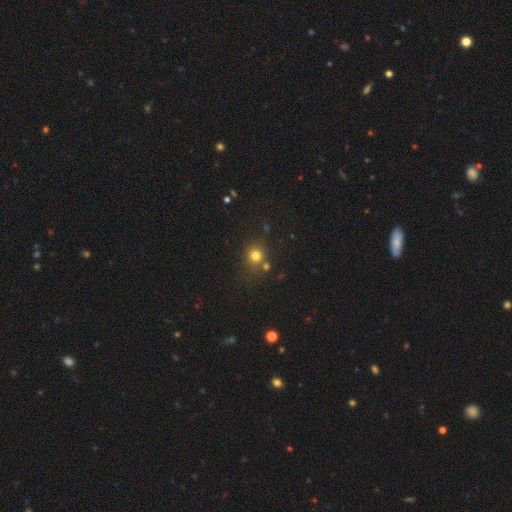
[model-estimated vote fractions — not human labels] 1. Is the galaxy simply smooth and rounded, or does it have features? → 75% smooth, 17% star or artifact, 7% featured or disk.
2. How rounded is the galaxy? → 84% round, 15% in between, 1% cigar-shaped.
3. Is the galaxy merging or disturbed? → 72% none, 12% merger, 11% minor disturbance, 4% major disturbance.